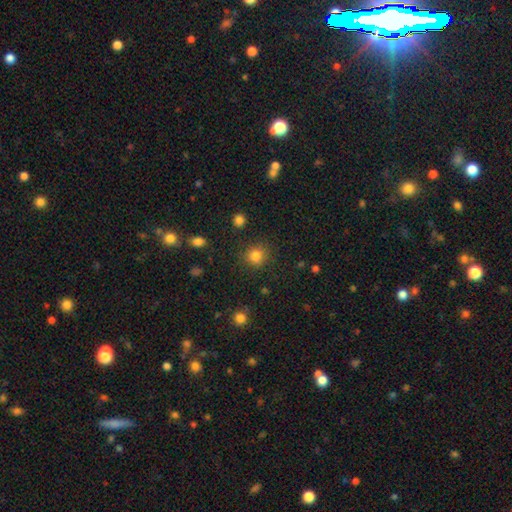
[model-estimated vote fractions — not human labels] Smooth or featured: smooth — 83% (star or artifact — 12%)
How rounded: round — 87% (in between — 12%)
Merging: none — 87% (minor disturbance — 8%)